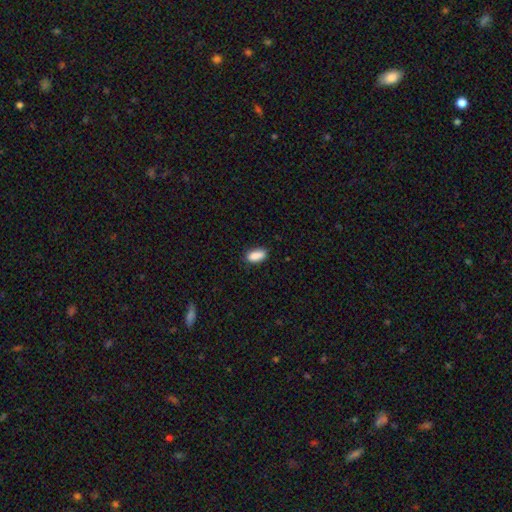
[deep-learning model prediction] Q: Smooth or featured?
A: smooth (88%); runner-up: star or artifact (8%)
Q: How rounded?
A: in between (88%); runner-up: cigar-shaped (9%)
Q: Merging?
A: none (80%); runner-up: minor disturbance (15%)